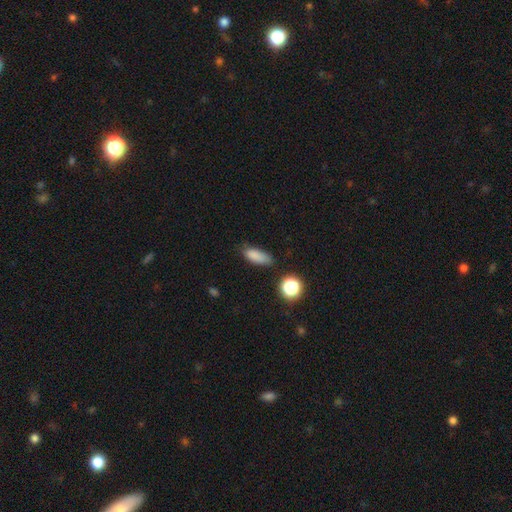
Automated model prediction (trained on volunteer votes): Smooth or featured? smooth (84%)
How rounded? in between (71%)
Merging? none (70%)